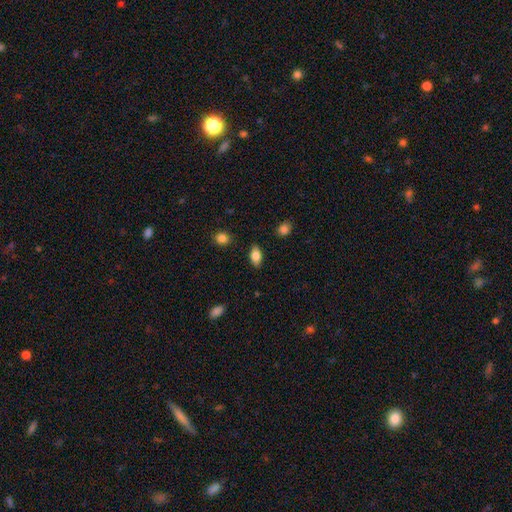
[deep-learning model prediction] Morphology: type=smooth (81%); roundness=in between (89%); merging=none (86%).